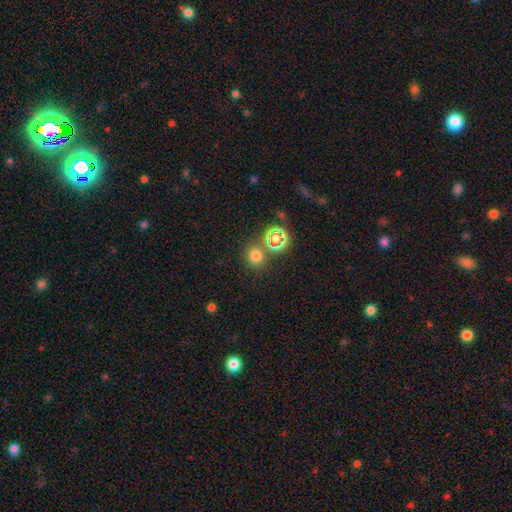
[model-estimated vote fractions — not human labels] Morphology: type=smooth (70%); roundness=round (82%); merging=none (73%).